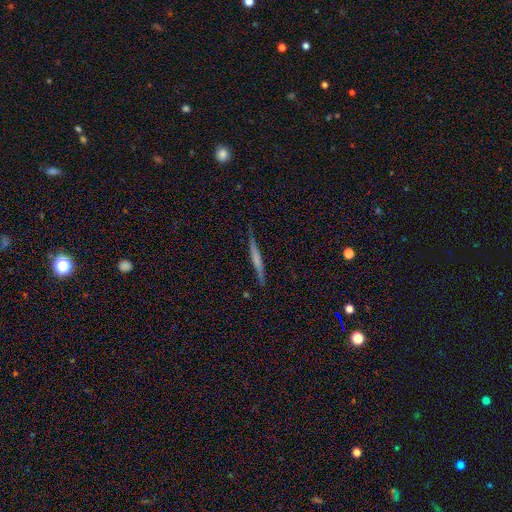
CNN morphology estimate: A featured or disk galaxy (54%) viewed edge-on (96%) with no central bulge (67%).

Vote fractions:
- Smooth or featured? featured or disk: 54% / smooth: 38% / star or artifact: 8%
- Edge-on disk? yes: 96% / no: 4%
- Edge-on bulge? none: 67% / rounded: 21% / boxy: 12%
- Merging? none: 87% / minor disturbance: 10% / major disturbance: 2% / merger: 1%